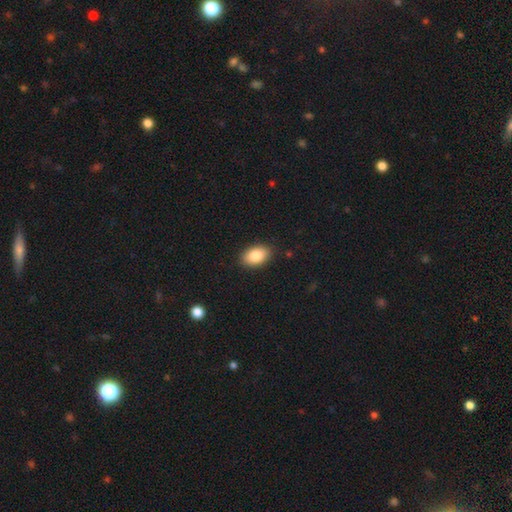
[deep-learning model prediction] Overall: smooth (85%). How rounded: in between (89%). Merging: none (88%).